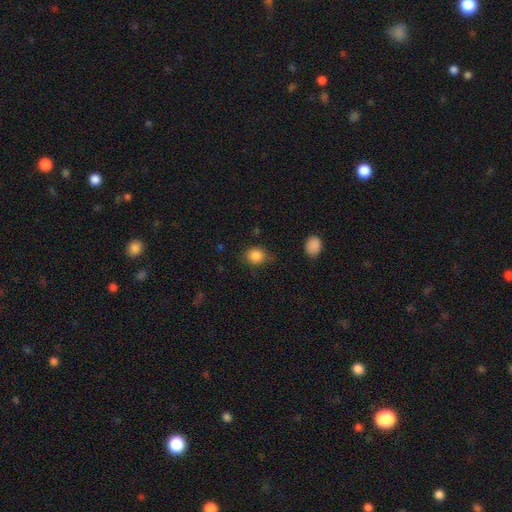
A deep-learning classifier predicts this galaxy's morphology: type=smooth (86%); roundness=round (73%); merging=none (73%).